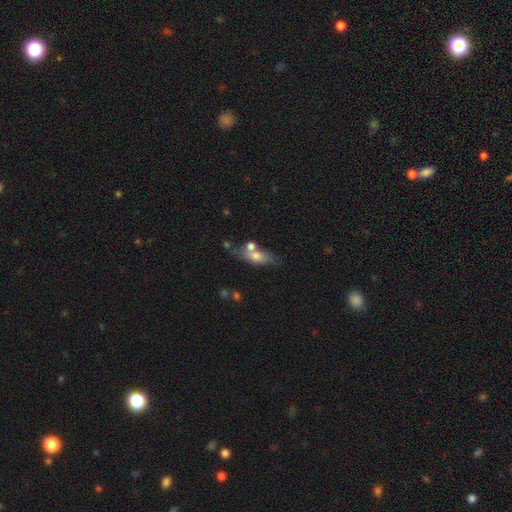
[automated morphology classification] This appears to be a smooth galaxy with no disk features (61%) that is in between round and cigar-shaped (65%). Merging: none (53%).